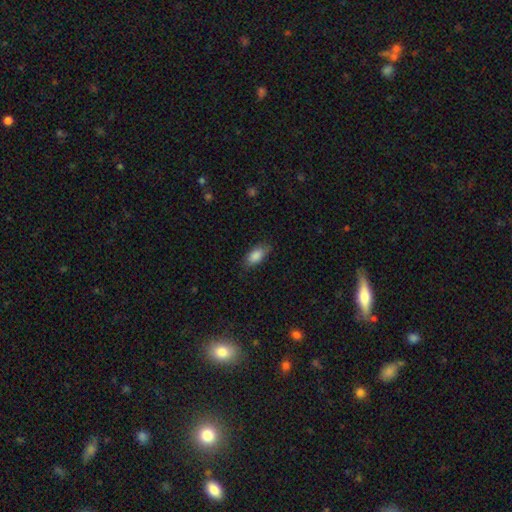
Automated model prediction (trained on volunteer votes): Morphology: type=smooth (87%); roundness=in between (89%); merging=none (77%).